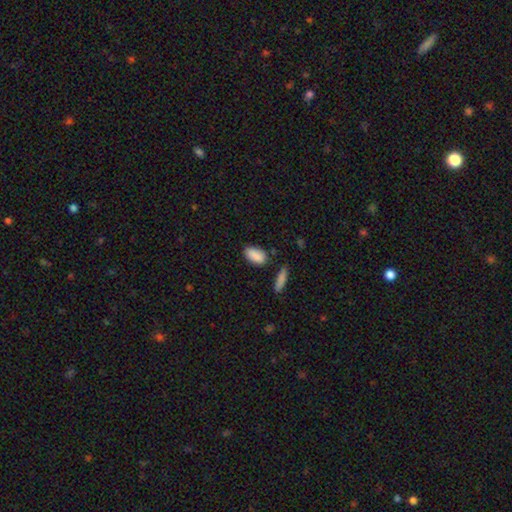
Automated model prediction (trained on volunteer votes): This is clearly a smooth galaxy (88%). How rounded: clearly in between (89%). Merging: likely none (76%).